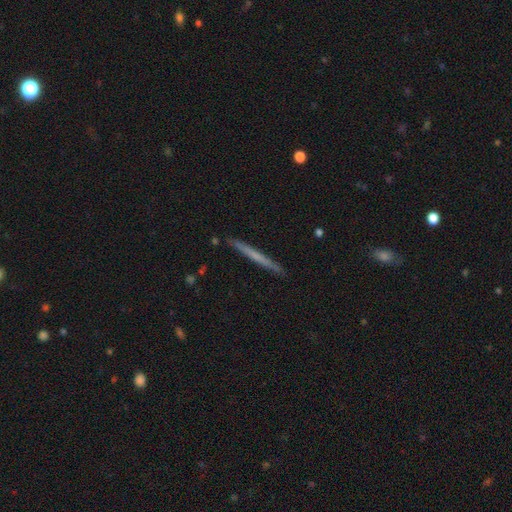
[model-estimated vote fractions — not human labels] This is possibly a smooth galaxy (48%). Merging: clearly none (91%).